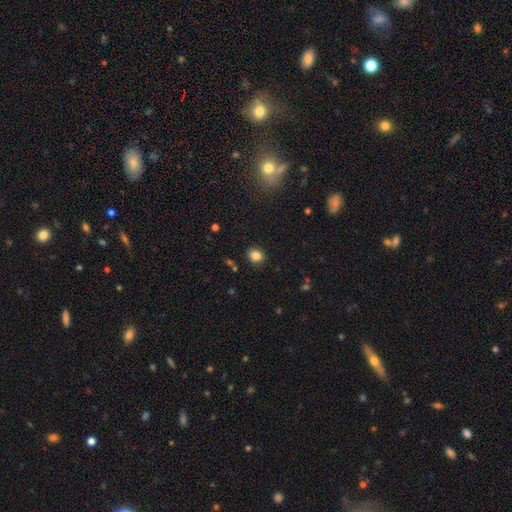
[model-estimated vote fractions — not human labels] Smooth or featured?
  - smooth: 83% *
  - star or artifact: 11%
  - featured or disk: 6%
How rounded?
  - round: 62% *
  - in between: 37%
  - cigar-shaped: 1%
Merging?
  - none: 89% *
  - minor disturbance: 7%
  - major disturbance: 2%
  - merger: 1%